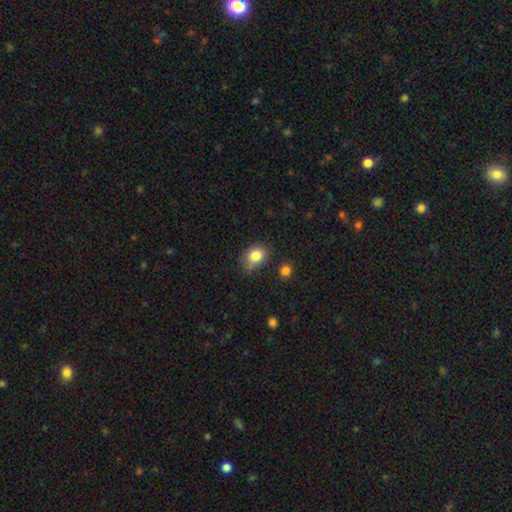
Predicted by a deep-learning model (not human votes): A smooth galaxy with no disk features (82%) that is in between round and cigar-shaped (50%). Merging: none (62%).